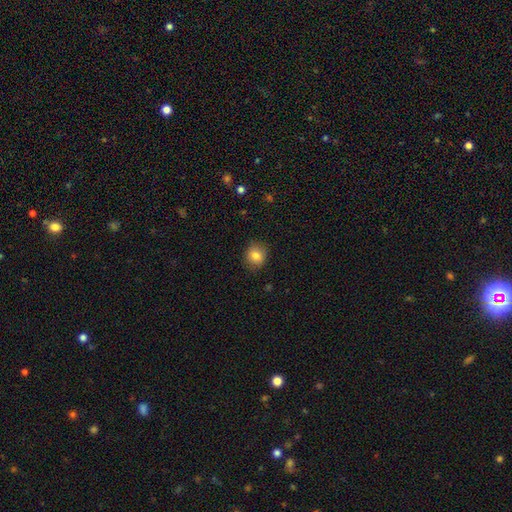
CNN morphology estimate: type=smooth (82%); roundness=round (80%); merging=none (85%).